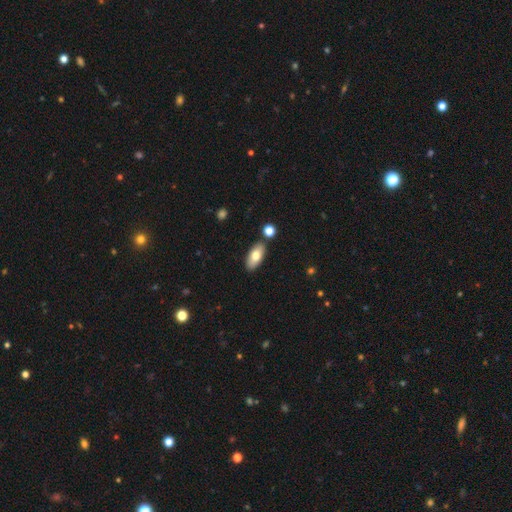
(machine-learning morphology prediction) This is likely a smooth galaxy (76%). How rounded: clearly in between (88%). Merging: clearly none (84%).